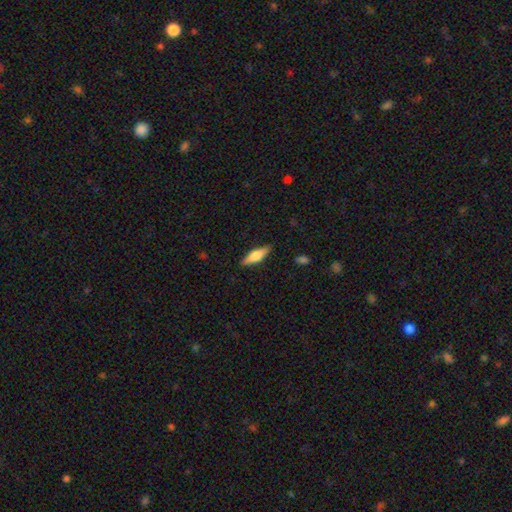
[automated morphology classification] smooth-or-featured: smooth: 53% | featured or disk: 41% | star or artifact: 6%
  how-rounded: cigar-shaped: 52% | in between: 46% | round: 3%
  merging: none: 87% | minor disturbance: 9% | major disturbance: 2% | merger: 1%